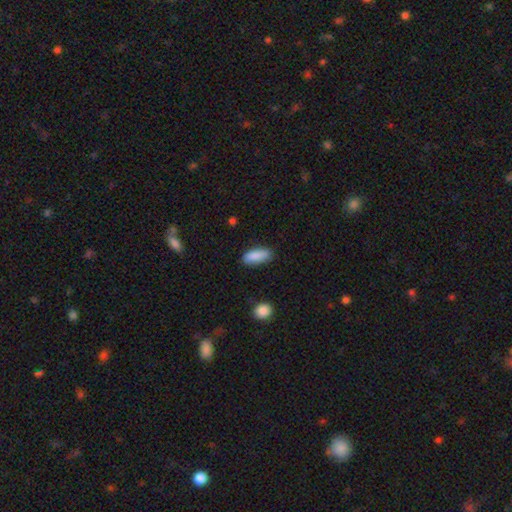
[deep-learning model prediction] Overall: smooth (88%). How rounded: in between (76%). Merging: none (84%).